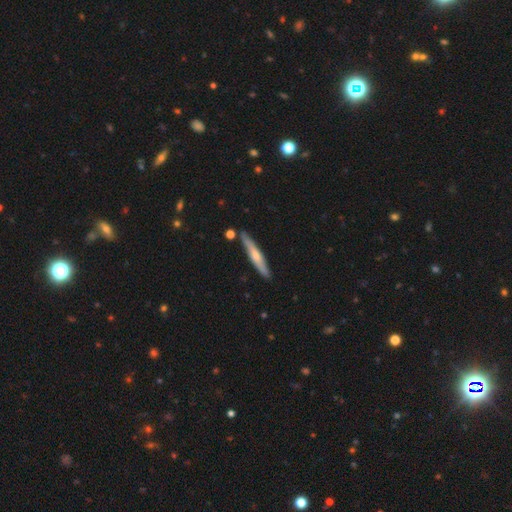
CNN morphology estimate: Smooth or featured? Predicted: smooth (p=0.50). Merging? Predicted: none (p=0.84).